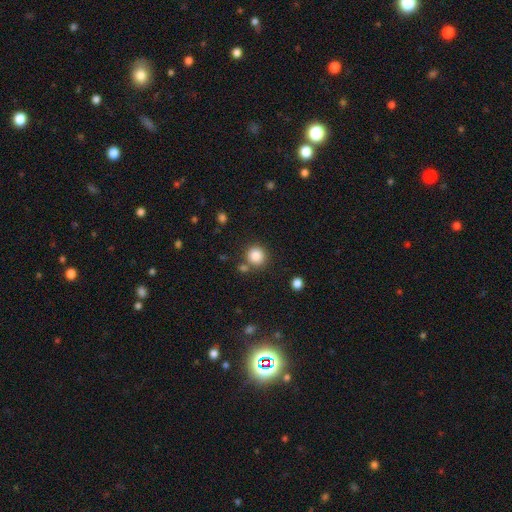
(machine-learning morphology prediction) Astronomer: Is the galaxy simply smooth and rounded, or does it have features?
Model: smooth — 86%.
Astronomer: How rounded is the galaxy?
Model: round — 90%.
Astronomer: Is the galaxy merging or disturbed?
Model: none — 78%.